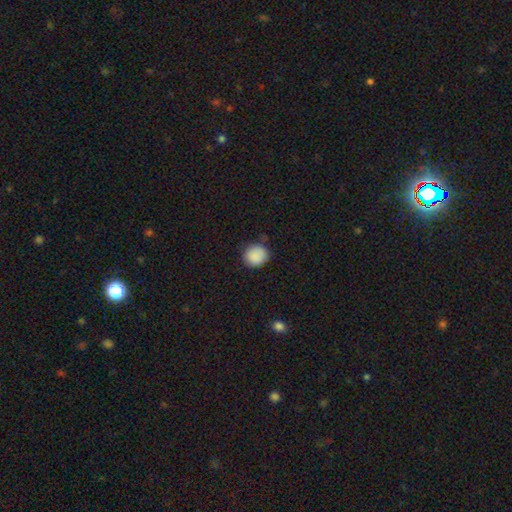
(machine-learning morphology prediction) smooth_or_featured: smooth (p=0.89) [alt: star or artifact p=0.08]
how_rounded: round (p=0.87) [alt: in between p=0.12]
merging: none (p=0.82) [alt: minor disturbance p=0.13]